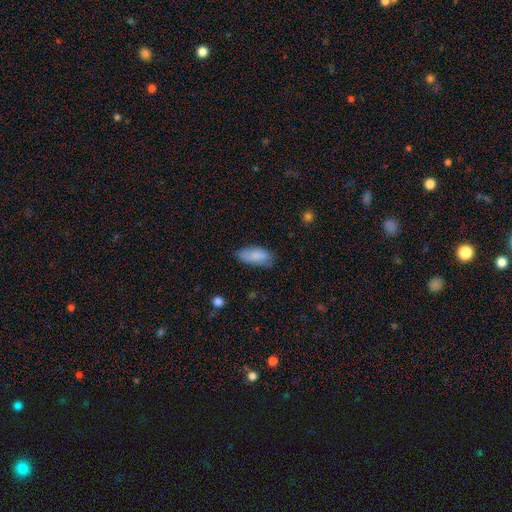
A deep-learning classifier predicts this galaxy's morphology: type=smooth (84%); roundness=in between (88%); merging=none (72%).